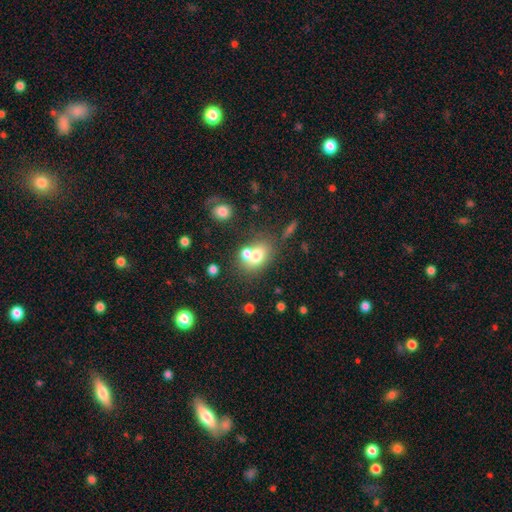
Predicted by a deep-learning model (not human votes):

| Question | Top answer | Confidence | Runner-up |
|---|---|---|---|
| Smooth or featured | smooth | 70% | featured or disk (18%) |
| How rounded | in between | 61% | round (37%) |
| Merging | none | 43% | merger (41%) |